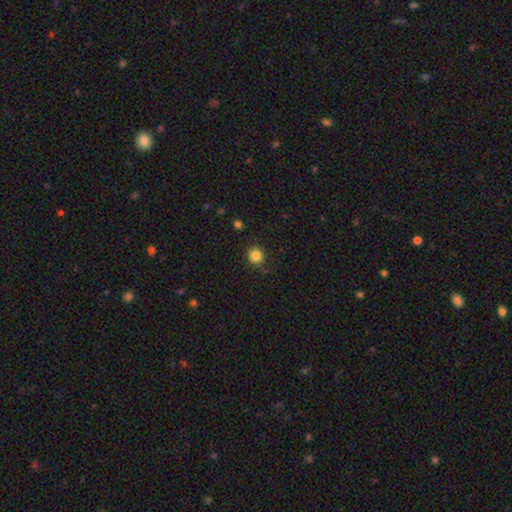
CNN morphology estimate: Smooth or featured? smooth (84%)
How rounded? round (92%)
Merging? none (89%)